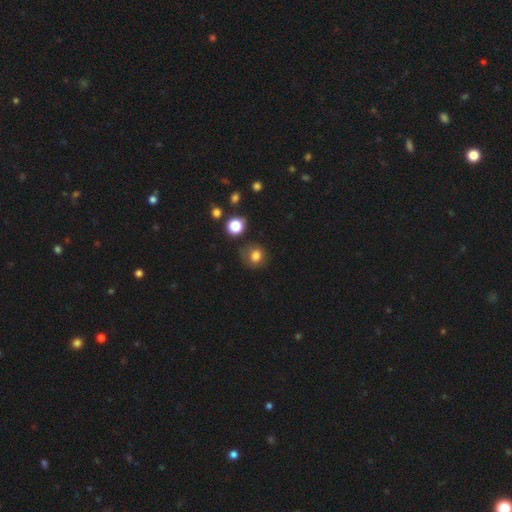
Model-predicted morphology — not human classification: The model was most divided on "merging": none: 68%, minor disturbance: 20%, major disturbance: 8%, merger: 4%. More confident: smooth or featured — smooth (80%); how rounded — round (78%).